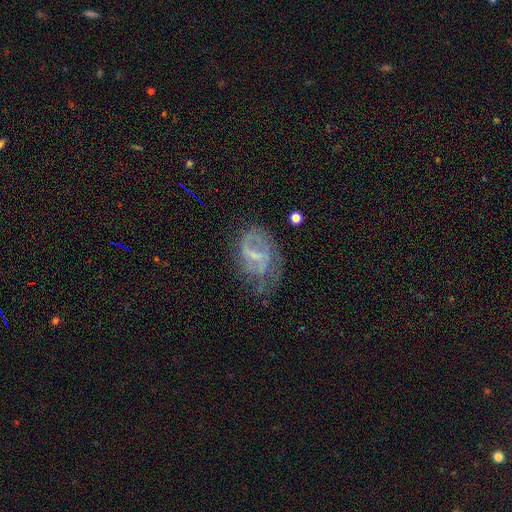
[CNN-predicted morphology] A featured or disk galaxy (69%) with a weak bar (49%), spiral arms (66%) and a small central bulge (42%). Merging: none (38%).